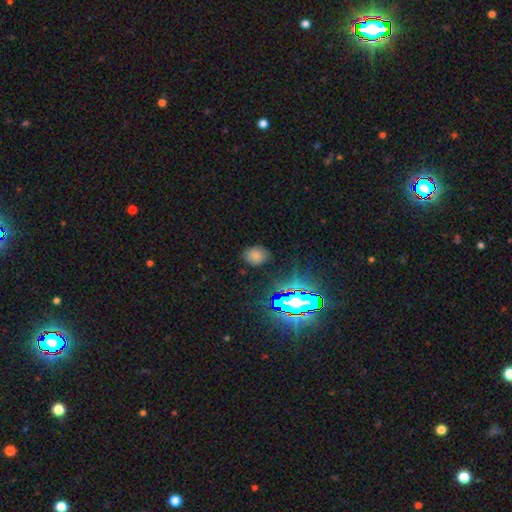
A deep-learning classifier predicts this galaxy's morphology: Smooth or featured? smooth (69%)
How rounded? in between (53%)
Merging? none (81%)